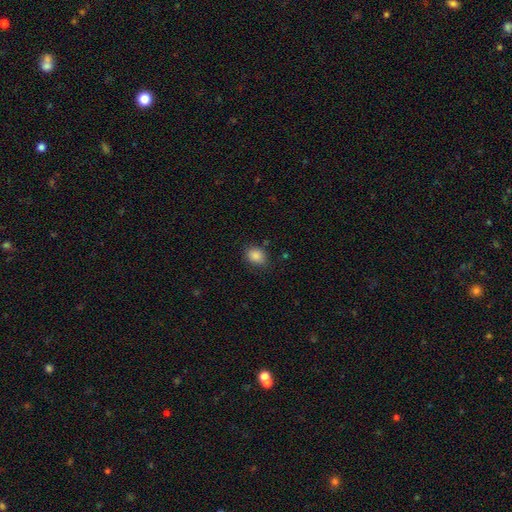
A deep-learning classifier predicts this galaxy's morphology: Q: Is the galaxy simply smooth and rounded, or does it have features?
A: smooth — 86%.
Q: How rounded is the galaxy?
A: in between — 51%.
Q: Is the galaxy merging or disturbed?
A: none — 79%.